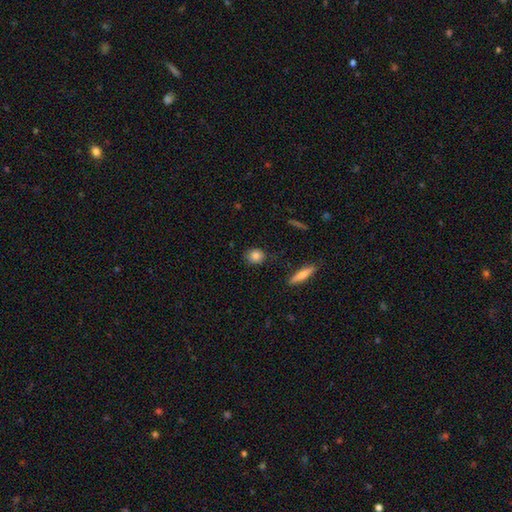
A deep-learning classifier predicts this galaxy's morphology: The model was most divided on "how rounded": round: 72%, in between: 25%, cigar-shaped: 3%. More confident: merging — none (84%); smooth or featured — smooth (83%).